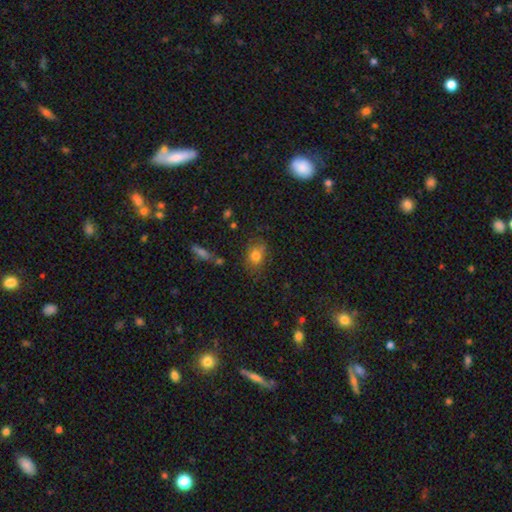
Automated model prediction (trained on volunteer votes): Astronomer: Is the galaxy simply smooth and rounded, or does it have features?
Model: smooth — 77%.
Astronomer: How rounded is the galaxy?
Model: in between — 57% (runner-up: round, 41%).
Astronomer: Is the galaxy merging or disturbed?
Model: none — 71%.